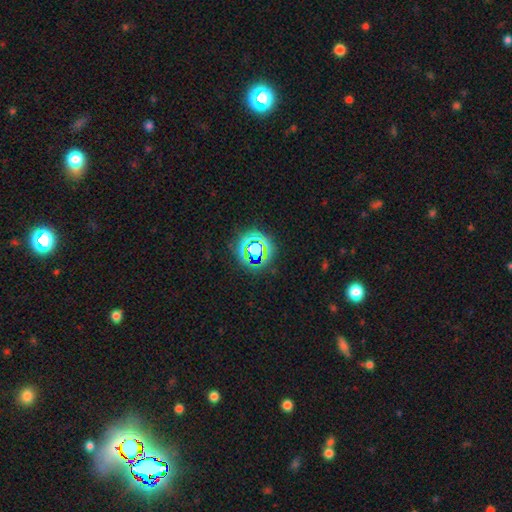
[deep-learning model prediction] A star or artifact, not a galaxy (75%).